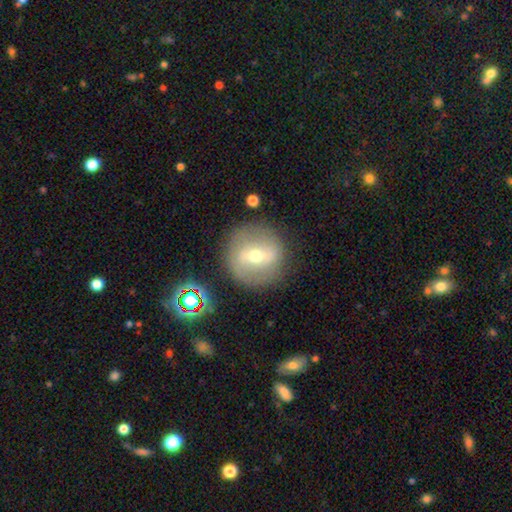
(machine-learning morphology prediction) A featured or disk galaxy (55%) with a weak bar (41%), spiral arms (51%) and a moderate central bulge (58%). Merging: none (82%).